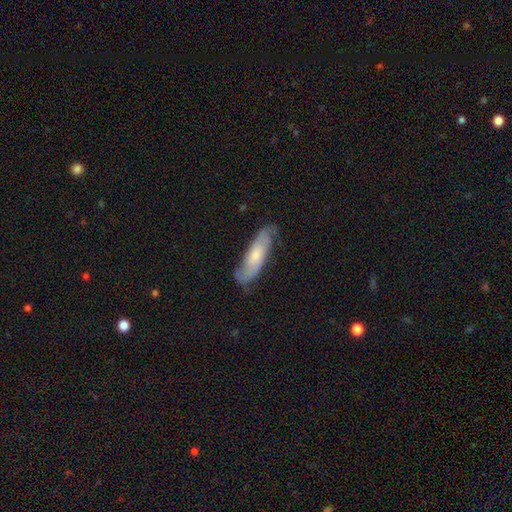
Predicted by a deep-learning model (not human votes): A featured or disk galaxy (57%).

Vote fractions:
- Smooth or featured? featured or disk: 57% / smooth: 37% / star or artifact: 6%
- Edge-on disk? no: 76% / yes: 24%
- Merging? none: 71% / minor disturbance: 21% / major disturbance: 6% / merger: 2%